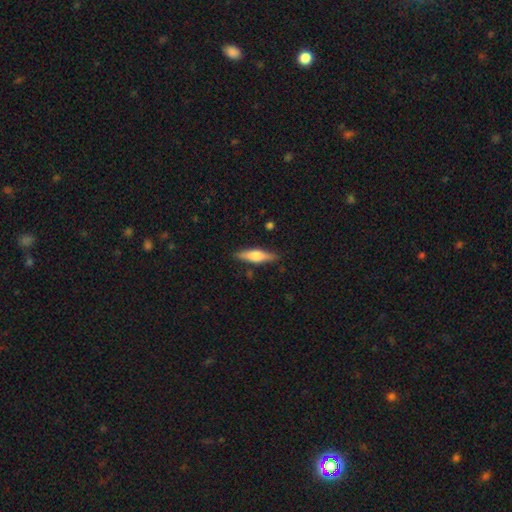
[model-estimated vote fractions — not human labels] Smooth or featured?
  - smooth: 48% *
  - featured or disk: 46%
  - star or artifact: 6%
Merging?
  - none: 86% *
  - minor disturbance: 10%
  - major disturbance: 2%
  - merger: 2%